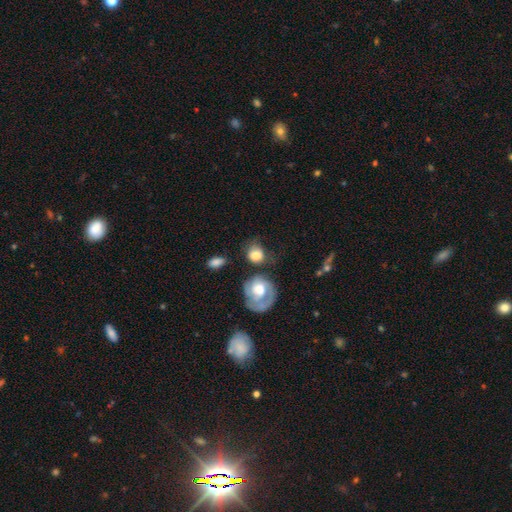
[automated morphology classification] This appears to be a smooth galaxy with no disk features (71%) that is round (72%). Merging: none (46%).